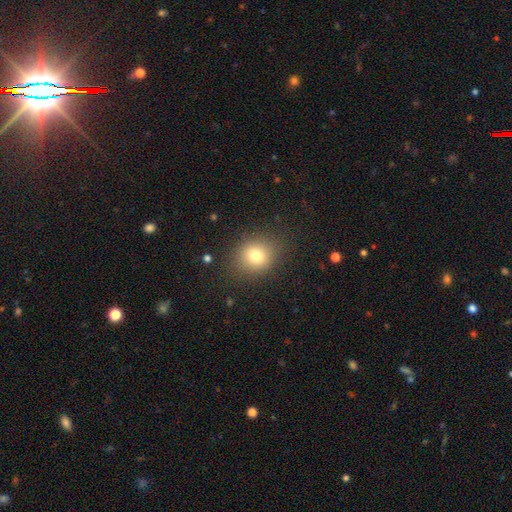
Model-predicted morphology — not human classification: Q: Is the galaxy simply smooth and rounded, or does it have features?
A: smooth — 78%.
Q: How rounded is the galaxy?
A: round — 67%.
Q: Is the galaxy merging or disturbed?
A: none — 84%.